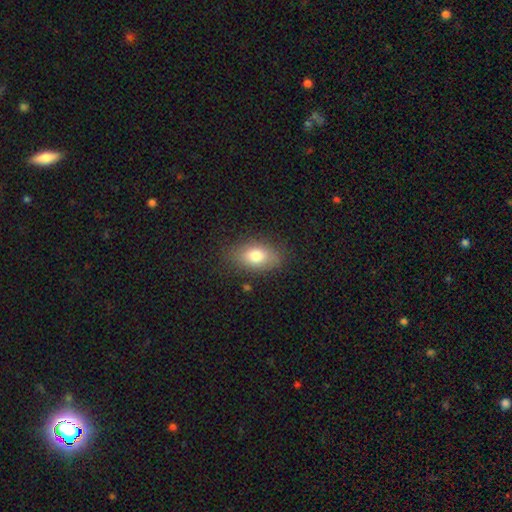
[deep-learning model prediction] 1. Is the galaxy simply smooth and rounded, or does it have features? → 78% smooth, 13% featured or disk, 8% star or artifact.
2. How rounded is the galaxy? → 87% in between, 10% round, 3% cigar-shaped.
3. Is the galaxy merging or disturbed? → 80% none, 14% minor disturbance, 4% major disturbance, 1% merger.